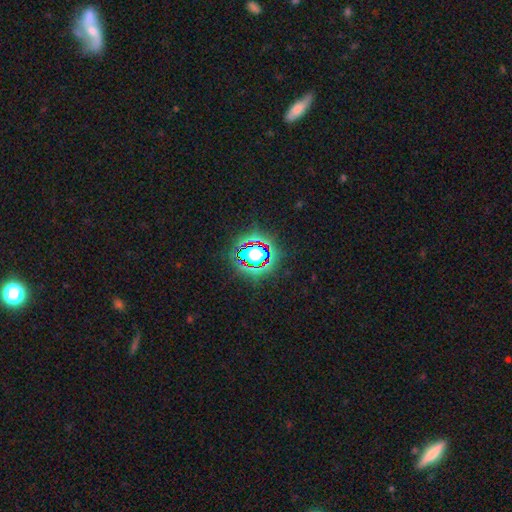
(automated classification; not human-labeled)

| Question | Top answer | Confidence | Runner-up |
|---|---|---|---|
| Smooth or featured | star or artifact | 77% | smooth (14%) |